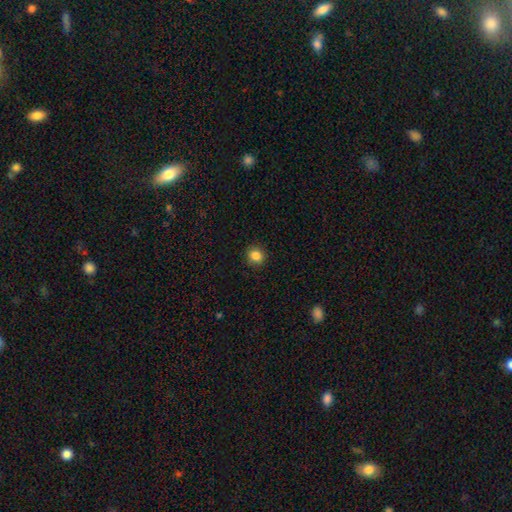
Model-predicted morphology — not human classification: Smooth or featured? smooth (85%)
How rounded? round (83%)
Merging? none (90%)